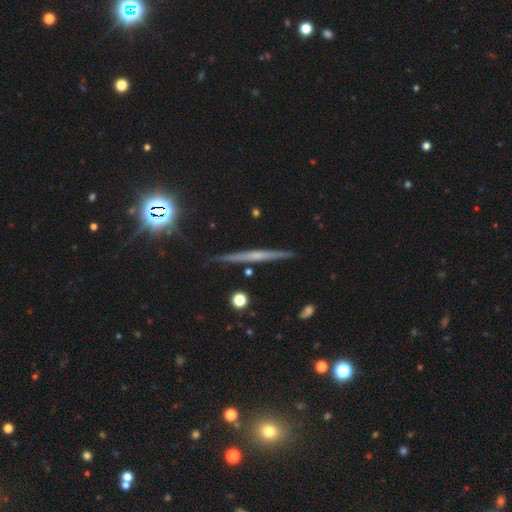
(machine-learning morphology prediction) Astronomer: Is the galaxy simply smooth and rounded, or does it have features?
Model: featured or disk — 63%.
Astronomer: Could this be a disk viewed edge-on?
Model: yes — 97%.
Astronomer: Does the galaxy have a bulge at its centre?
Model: none — 57% (runner-up: rounded, 36%).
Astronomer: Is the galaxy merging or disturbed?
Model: none — 89%.